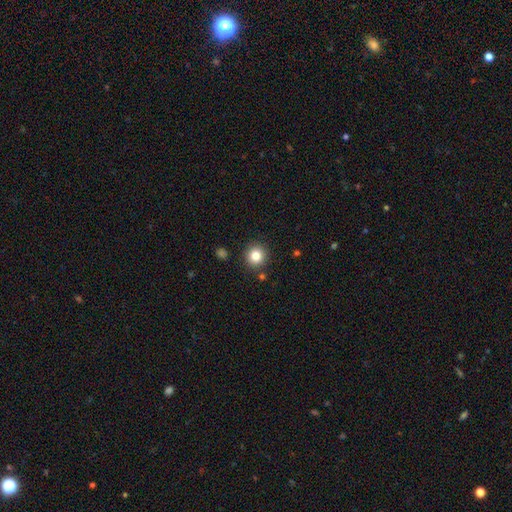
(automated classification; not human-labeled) Smooth or featured: smooth — 82% (star or artifact — 11%)
How rounded: round — 94% (in between — 5%)
Merging: none — 89% (minor disturbance — 6%)